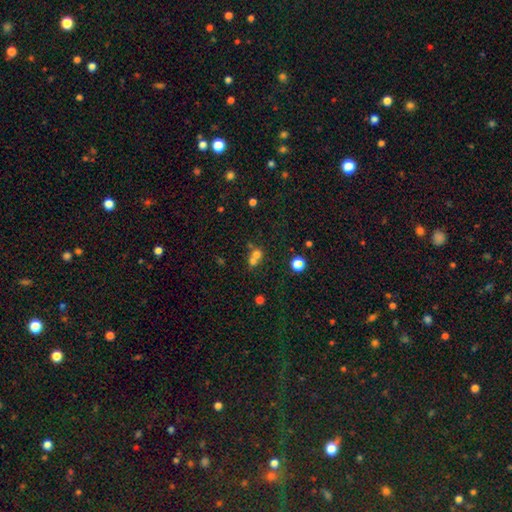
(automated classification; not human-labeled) Smooth or featured? smooth (66%)
How rounded? round (78%)
Merging? merger (60%)